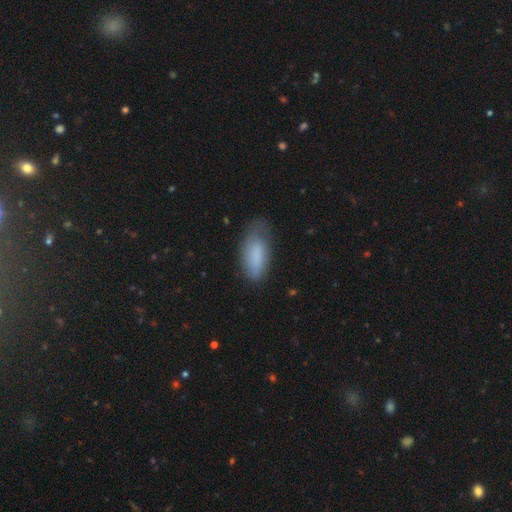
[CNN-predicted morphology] Smooth or featured?
  - smooth: 81% *
  - featured or disk: 13%
  - star or artifact: 7%
How rounded?
  - in between: 84% *
  - cigar-shaped: 14%
  - round: 2%
Merging?
  - none: 58% *
  - minor disturbance: 31%
  - major disturbance: 10%
  - merger: 2%